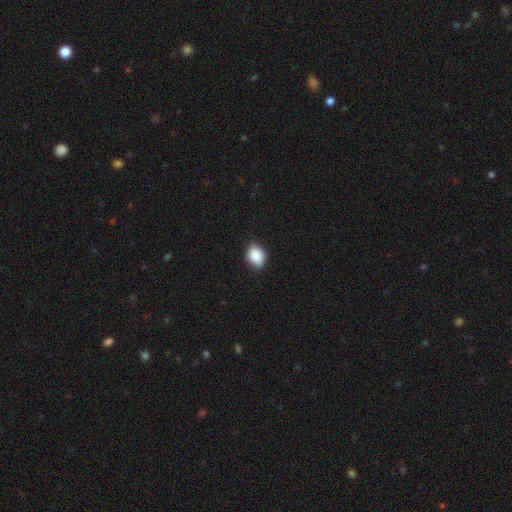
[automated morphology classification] Smooth or featured: smooth — 87% (star or artifact — 8%)
How rounded: in between — 66% (round — 33%)
Merging: none — 79% (minor disturbance — 17%)